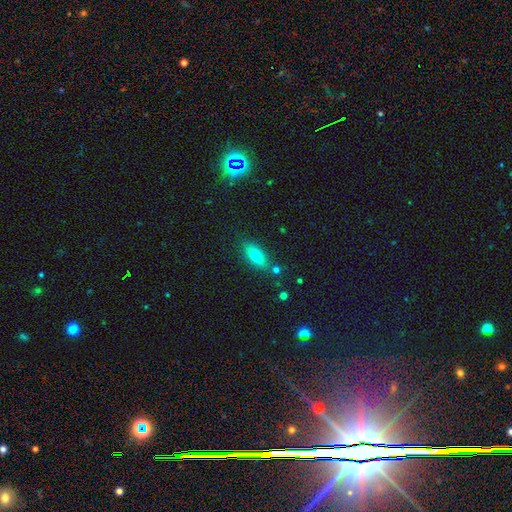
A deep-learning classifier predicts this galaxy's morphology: Smooth or featured? smooth (71%)
How rounded? in between (70%)
Merging? none (82%)